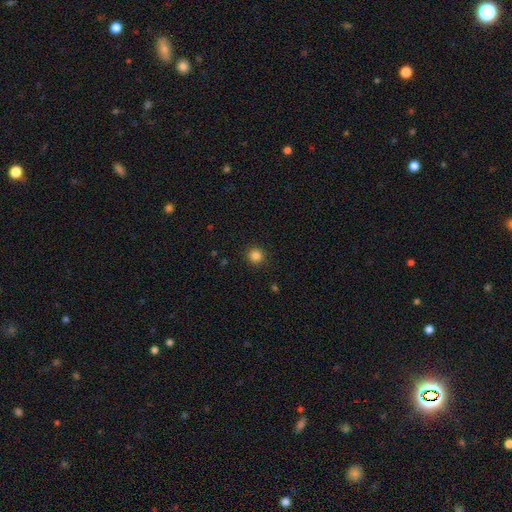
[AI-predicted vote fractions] smooth-or-featured: smooth: 85% | star or artifact: 12% | featured or disk: 3%
  how-rounded: round: 95% | in between: 4% | cigar-shaped: 1%
  merging: none: 92% | minor disturbance: 5% | major disturbance: 2% | merger: 1%